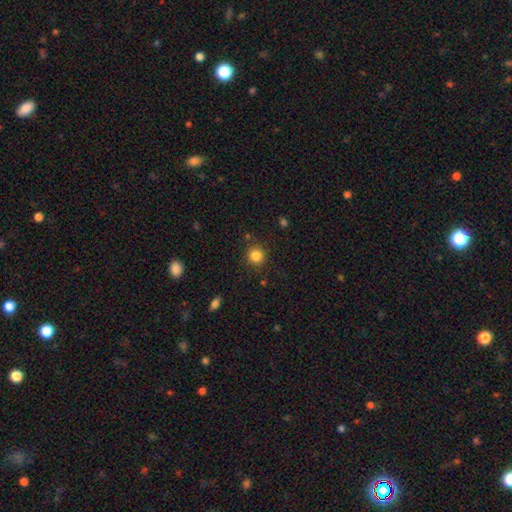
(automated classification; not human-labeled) Smooth or featured? Predicted: smooth (p=0.84). How rounded? Predicted: round (p=0.91). Merging? Predicted: none (p=0.87).